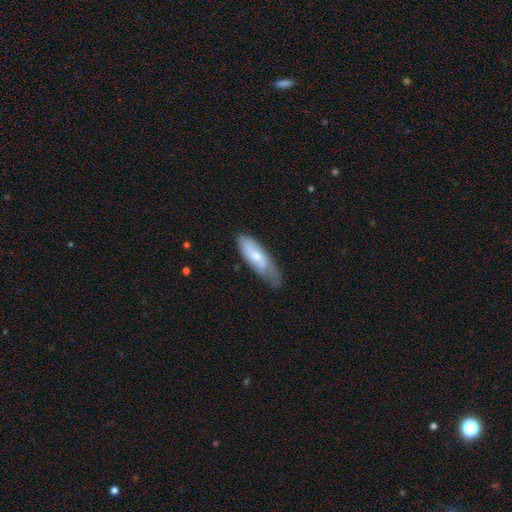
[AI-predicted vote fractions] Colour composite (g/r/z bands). It shows a smooth galaxy with no disk features (57%) that is in between round and cigar-shaped (61%). Merging: none (53%).